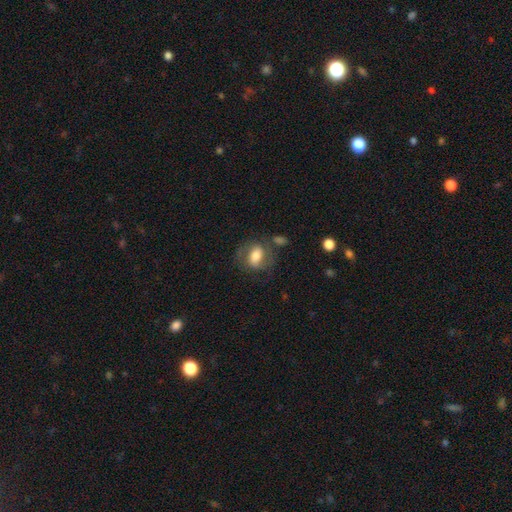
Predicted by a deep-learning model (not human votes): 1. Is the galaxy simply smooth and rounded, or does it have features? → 55% smooth, 37% featured or disk, 8% star or artifact.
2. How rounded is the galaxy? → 71% in between, 26% round, 2% cigar-shaped.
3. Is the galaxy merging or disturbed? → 59% none, 20% minor disturbance, 13% major disturbance, 8% merger.